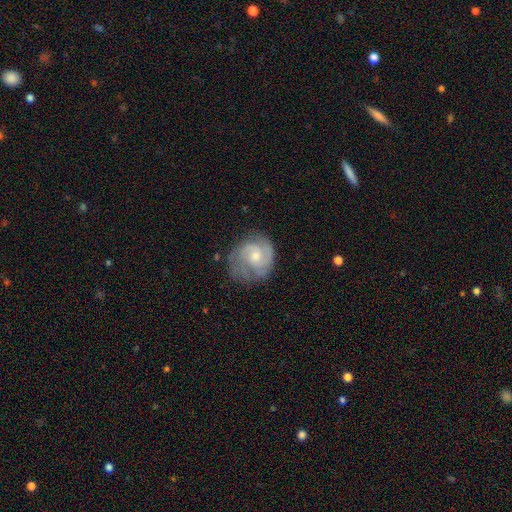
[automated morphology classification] Smooth or featured: featured or disk — 79% (smooth — 16%)
Edge-on disk: no — 98% (yes — 2%)
Bar: no — 64% (weak — 32%)
Spiral arms: yes — 95% (no — 5%)
Spiral winding: tight — 47% (medium — 42%)
Spiral arm count: 2 — 54% (3 — 19%)
Bulge size: small — 48% (moderate — 45%)
Merging: none — 62% (minor disturbance — 24%)